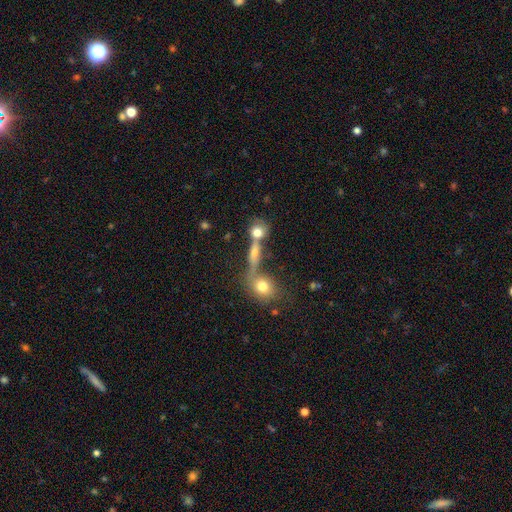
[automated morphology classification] Overall: smooth (56%; star or artifact 23%). How rounded: round (65%; in between 29%). Merging: merger (52%; none 32%).